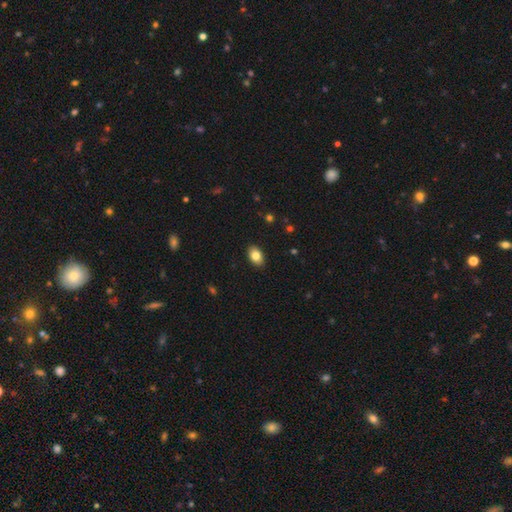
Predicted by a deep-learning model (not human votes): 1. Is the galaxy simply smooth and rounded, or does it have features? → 82% smooth, 10% featured or disk, 8% star or artifact.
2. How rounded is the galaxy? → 88% in between, 11% round, 1% cigar-shaped.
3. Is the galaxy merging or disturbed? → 89% none, 8% minor disturbance, 2% major disturbance, 1% merger.